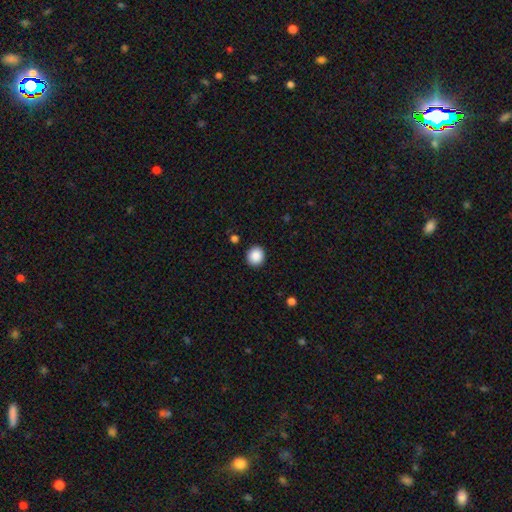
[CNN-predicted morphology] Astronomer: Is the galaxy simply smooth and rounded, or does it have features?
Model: smooth — 89%.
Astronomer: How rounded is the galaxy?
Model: round — 86%.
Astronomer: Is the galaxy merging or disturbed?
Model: none — 91%.